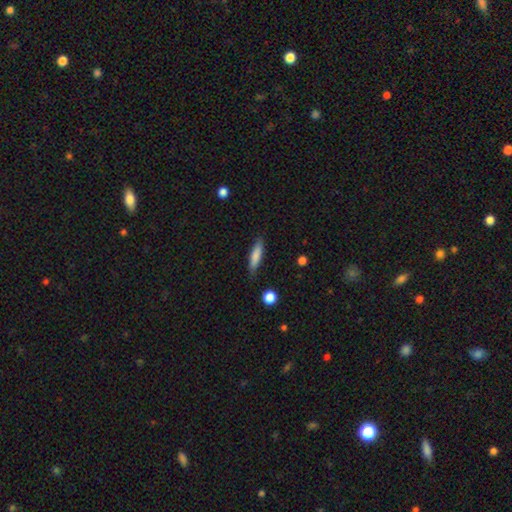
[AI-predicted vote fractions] A smooth galaxy with no disk features (79%) that is cigar-shaped (78%).

Vote fractions:
- Smooth or featured? smooth: 79% / featured or disk: 14% / star or artifact: 6%
- How rounded? cigar-shaped: 78% / in between: 21% / round: 2%
- Merging? none: 83% / minor disturbance: 13% / major disturbance: 3% / merger: 2%